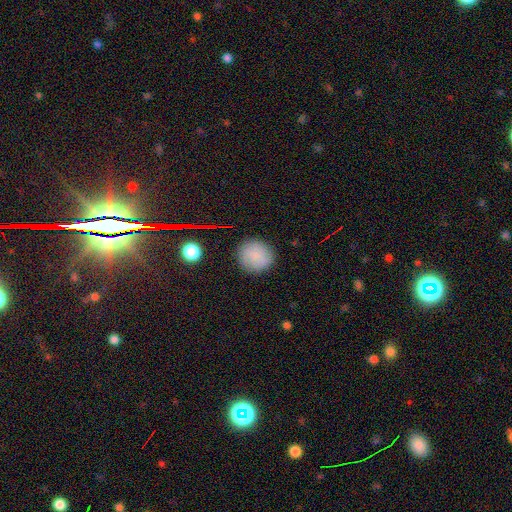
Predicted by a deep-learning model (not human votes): Q: Smooth or featured?
A: smooth (82%); runner-up: star or artifact (10%)
Q: How rounded?
A: round (92%); runner-up: in between (7%)
Q: Merging?
A: none (88%); runner-up: minor disturbance (8%)